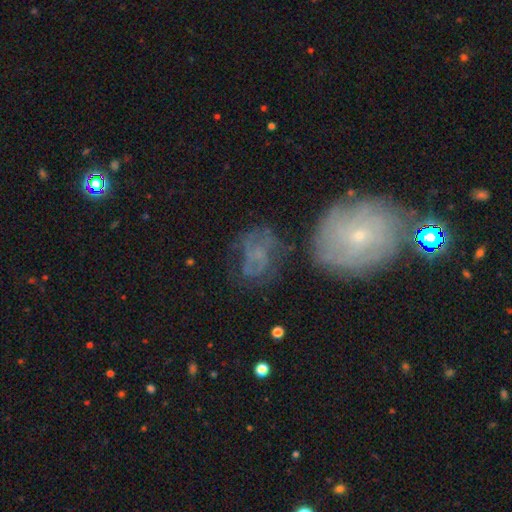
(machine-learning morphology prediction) smooth-or-featured: featured or disk: 57% | smooth: 27% | star or artifact: 16%
  disk-edge-on: no: 97% | yes: 3%
    bar: no: 73% | weak: 21% | strong: 6%
    has-spiral-arms: yes: 69% | no: 31%
    bulge-size: small: 50% | none: 34% | moderate: 11% | large: 3% | dominant: 2%
  merging: none: 52% | minor disturbance: 19% | major disturbance: 17% | merger: 12%